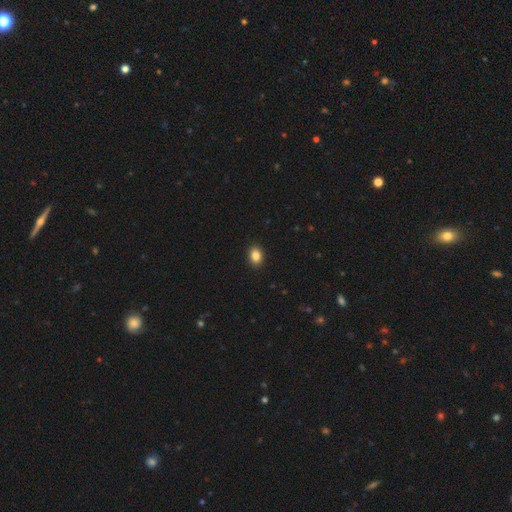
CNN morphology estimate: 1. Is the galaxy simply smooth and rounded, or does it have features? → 86% smooth, 9% star or artifact, 5% featured or disk.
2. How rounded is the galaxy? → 69% in between, 29% round, 1% cigar-shaped.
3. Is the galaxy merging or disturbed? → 91% none, 6% minor disturbance, 2% major disturbance, 1% merger.